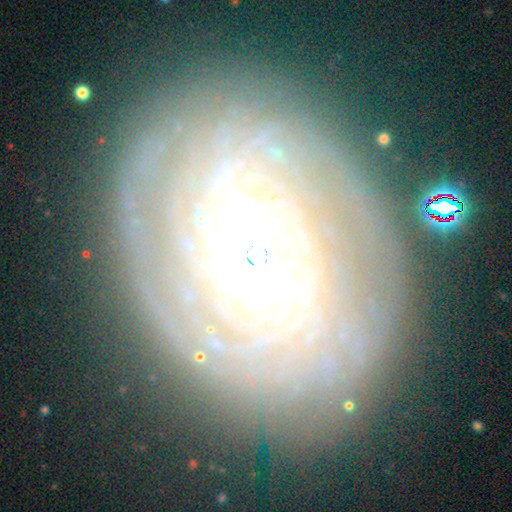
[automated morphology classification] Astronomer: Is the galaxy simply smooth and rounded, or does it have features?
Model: featured or disk — 74%.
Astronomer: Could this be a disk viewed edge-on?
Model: no — 95%.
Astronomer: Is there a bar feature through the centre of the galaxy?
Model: no — 78%.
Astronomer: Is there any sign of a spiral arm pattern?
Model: yes — 84%.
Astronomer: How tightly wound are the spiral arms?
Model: tight — 81%.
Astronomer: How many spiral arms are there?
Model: can't tell — 46%.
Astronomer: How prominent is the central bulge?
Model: large — 47% (runner-up: moderate, 31%).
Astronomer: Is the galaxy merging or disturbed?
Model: none — 78%.